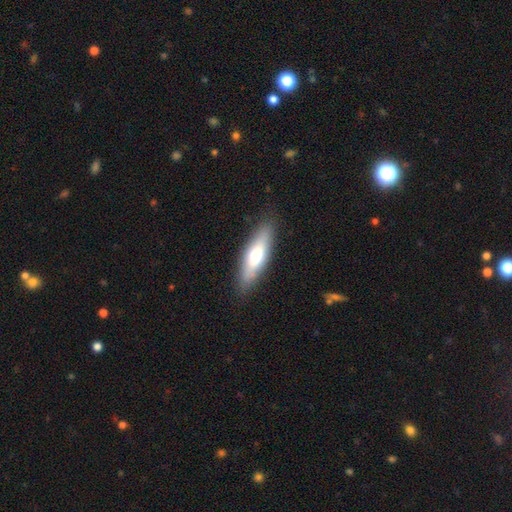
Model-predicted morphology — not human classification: Smooth or featured? Predicted: smooth (p=0.61). How rounded? Predicted: cigar-shaped (p=0.49, tied with in between). Merging? Predicted: none (p=0.86).